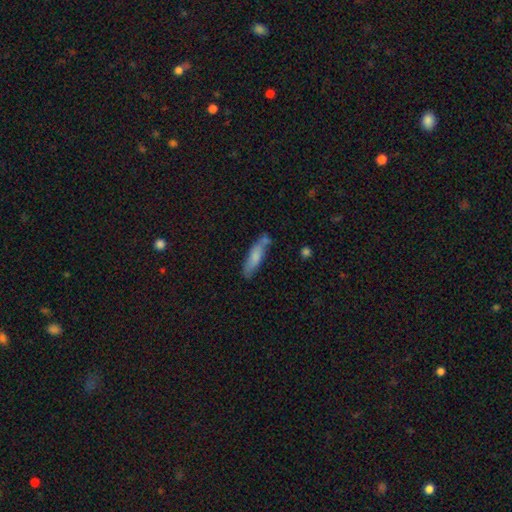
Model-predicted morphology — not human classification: A smooth galaxy with no disk features (73%) that is cigar-shaped (71%).

Vote fractions:
- Smooth or featured? smooth: 73% / featured or disk: 20% / star or artifact: 7%
- How rounded? cigar-shaped: 71% / in between: 27% / round: 2%
- Merging? none: 65% / minor disturbance: 20% / merger: 11% / major disturbance: 5%